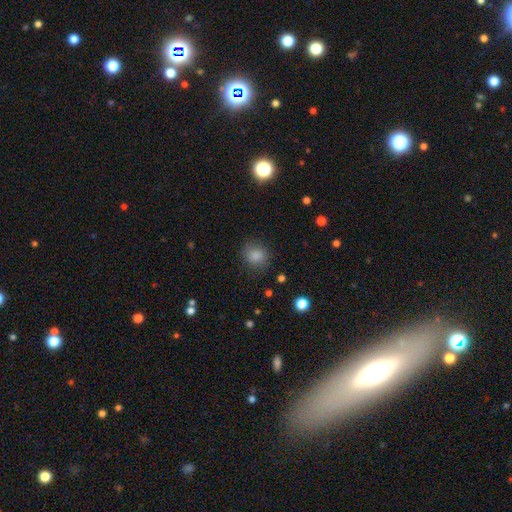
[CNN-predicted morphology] smooth_or_featured: smooth (p=0.84) [alt: star or artifact p=0.11]
how_rounded: round (p=0.77) [alt: in between p=0.22]
merging: none (p=0.83) [alt: minor disturbance p=0.12]